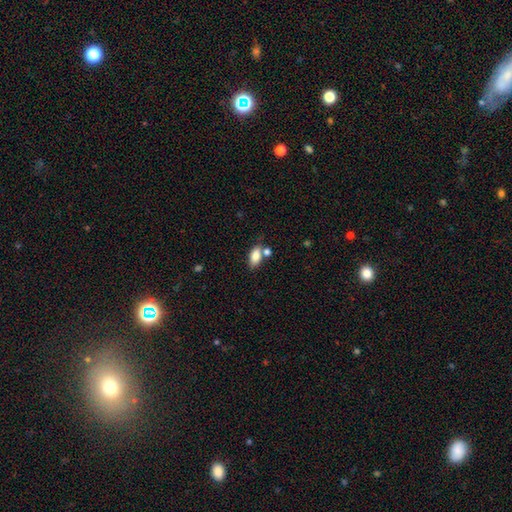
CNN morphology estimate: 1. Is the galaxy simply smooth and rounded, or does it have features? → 83% smooth, 9% featured or disk, 8% star or artifact.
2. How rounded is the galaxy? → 89% in between, 6% round, 6% cigar-shaped.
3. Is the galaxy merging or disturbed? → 58% none, 24% merger, 14% minor disturbance, 4% major disturbance.